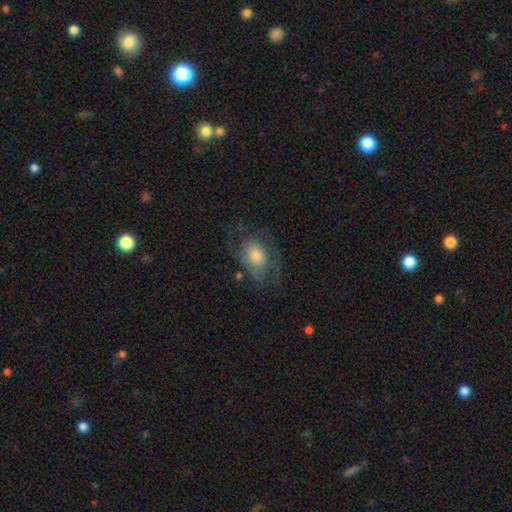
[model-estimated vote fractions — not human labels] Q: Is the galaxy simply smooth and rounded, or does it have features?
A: smooth — 50%.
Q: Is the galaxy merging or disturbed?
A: none — 51%.